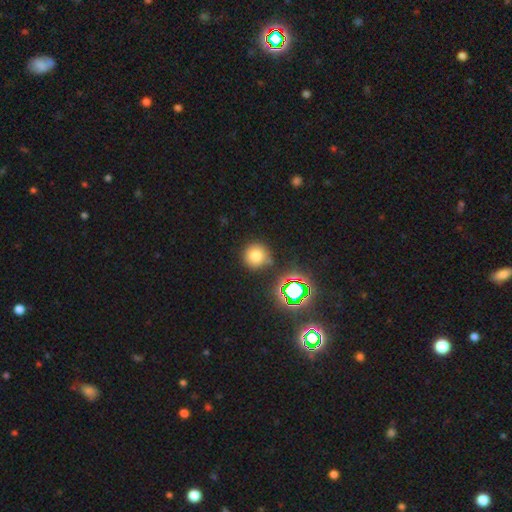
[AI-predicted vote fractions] This appears to be a smooth galaxy with no disk features (73%) that is round (94%). Merging: none (80%).